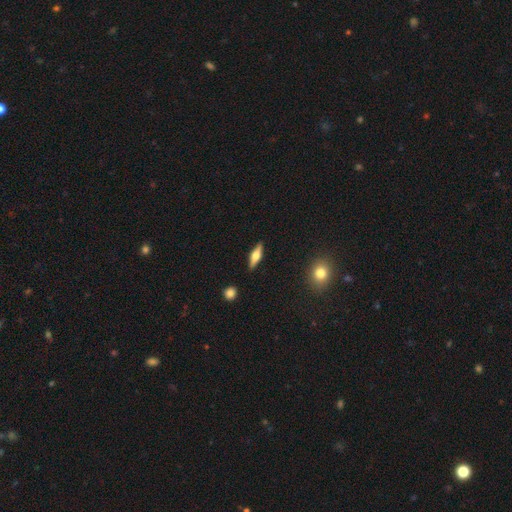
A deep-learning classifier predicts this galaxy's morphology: smooth_or_featured: featured or disk (p=0.57) [alt: smooth p=0.37]
disk_edge_on: yes (p=0.95) [alt: no p=0.05]
edge_on_bulge: rounded (p=0.91) [alt: boxy p=0.07]
merging: none (p=0.89) [alt: minor disturbance p=0.08]